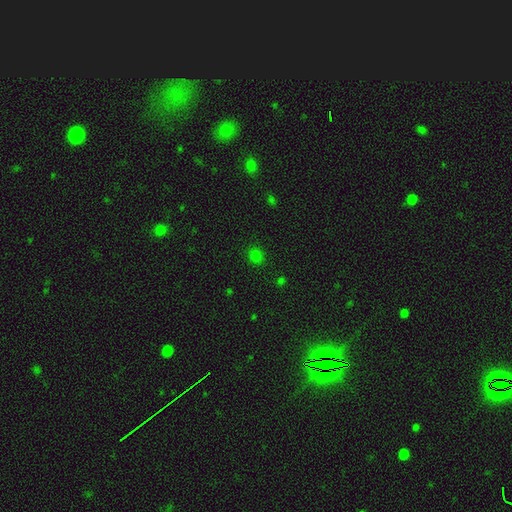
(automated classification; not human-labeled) The model was most divided on "smooth or featured": smooth: 77%, star or artifact: 20%, featured or disk: 4%. More confident: merging — none (89%); how rounded — round (84%).